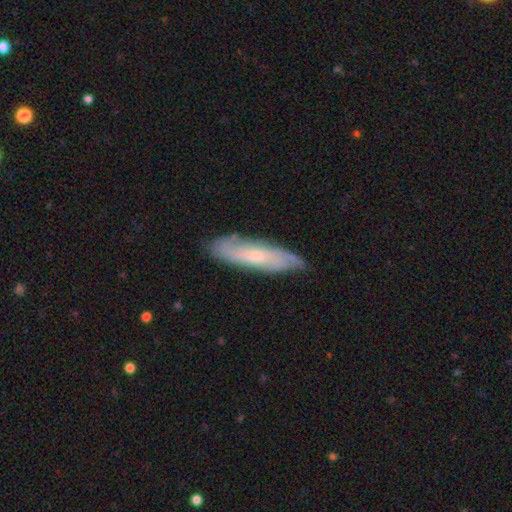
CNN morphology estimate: Smooth or featured? featured or disk (56%)
Edge-on disk? no (63%)
Merging? none (79%)